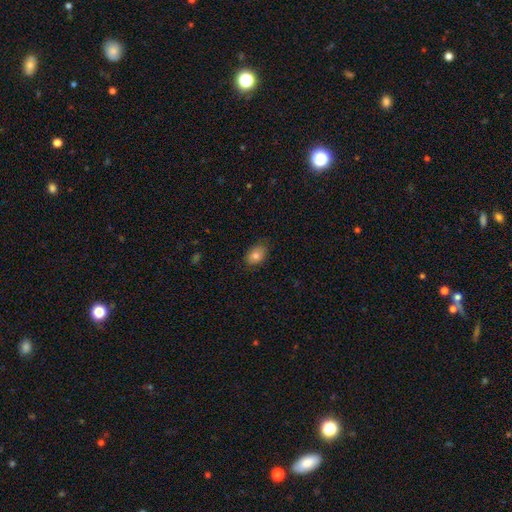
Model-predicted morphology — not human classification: The model was most divided on "merging": none: 79%, minor disturbance: 17%, major disturbance: 3%, merger: 1%. More confident: smooth or featured — smooth (80%); how rounded — in between (80%).